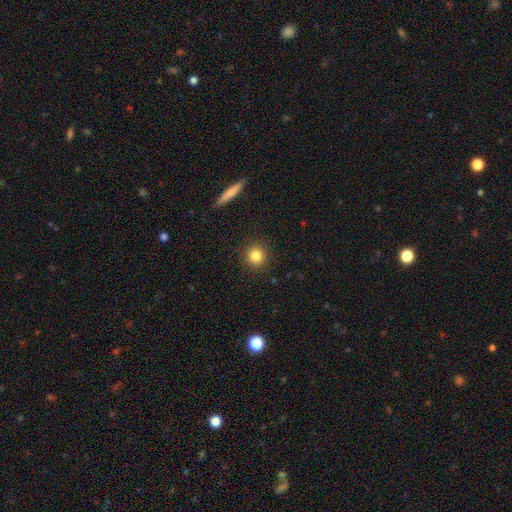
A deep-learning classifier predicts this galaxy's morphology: Smooth or featured: smooth — 84% (star or artifact — 10%)
How rounded: round — 92% (in between — 7%)
Merging: none — 91% (minor disturbance — 6%)